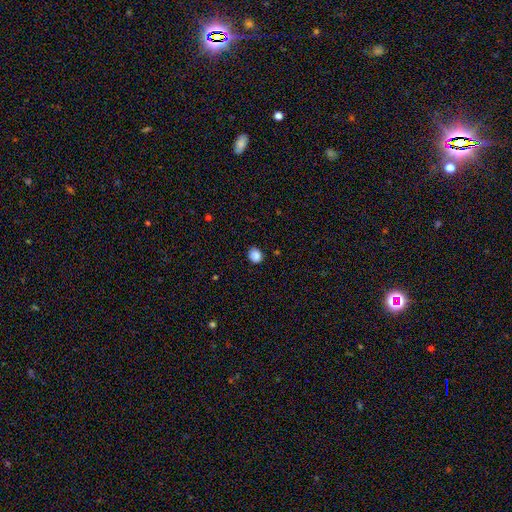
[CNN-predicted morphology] smooth 87%, star or artifact 10%, featured or disk 3%. Down the decision tree: how rounded — round (75%); merging — none (88%).